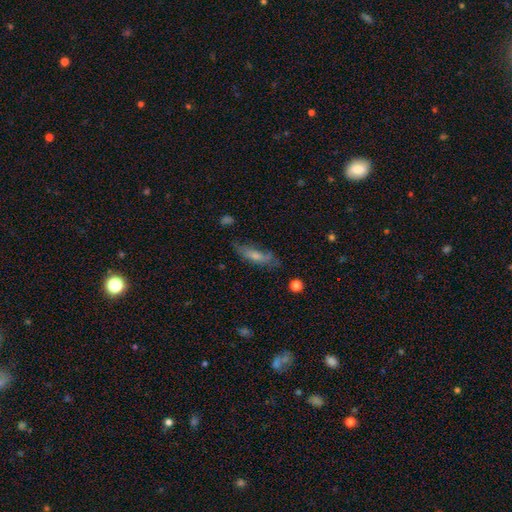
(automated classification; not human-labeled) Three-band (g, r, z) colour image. It shows a smooth galaxy with no disk features (61%) that is cigar-shaped (59%). Merging: none (60%).